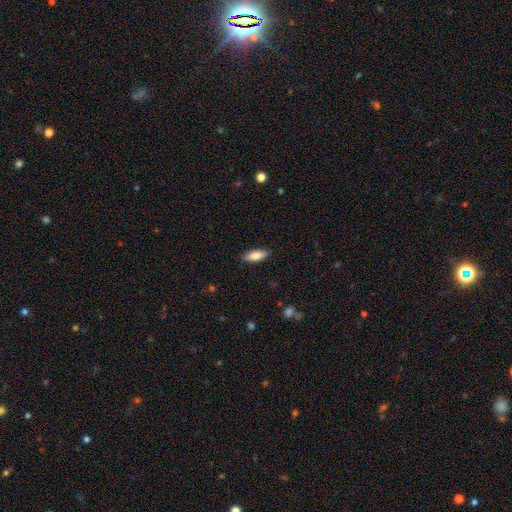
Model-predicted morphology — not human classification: Q: Smooth or featured?
A: smooth (84%); runner-up: featured or disk (10%)
Q: How rounded?
A: in between (72%); runner-up: cigar-shaped (26%)
Q: Merging?
A: none (88%); runner-up: minor disturbance (9%)